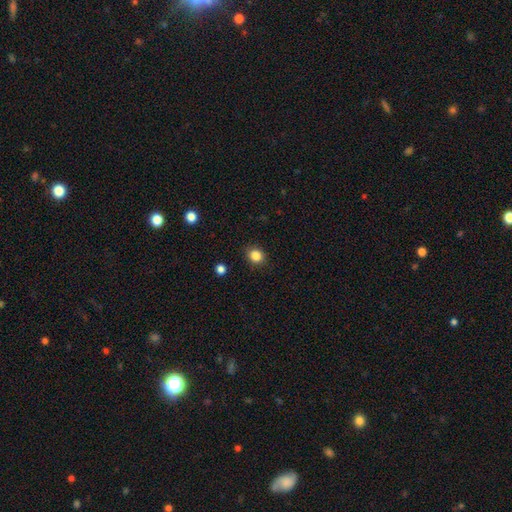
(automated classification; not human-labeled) smooth 85%, star or artifact 11%, featured or disk 4%. Down the decision tree: how rounded — round (73%); merging — none (88%).